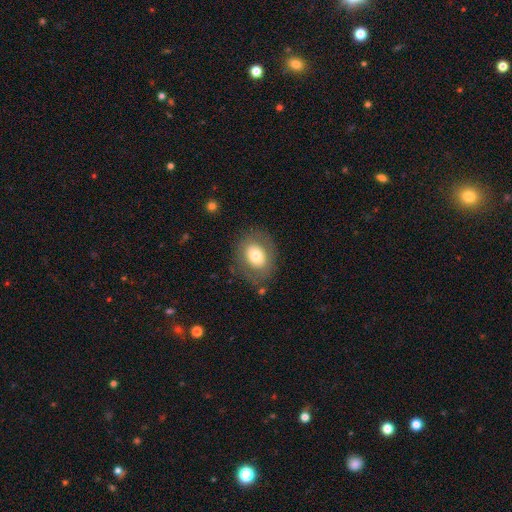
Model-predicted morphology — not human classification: This appears to be a smooth galaxy with no disk features (65%) that is in between round and cigar-shaped (55%). Merging: none (79%).